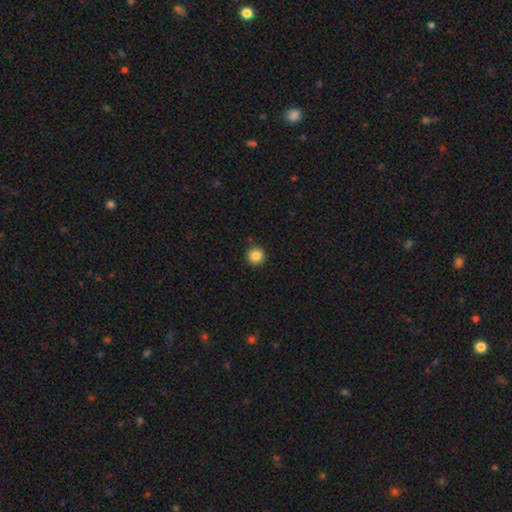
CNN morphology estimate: This is clearly a smooth galaxy (86%). How rounded: clearly round (95%). Merging: clearly none (91%).